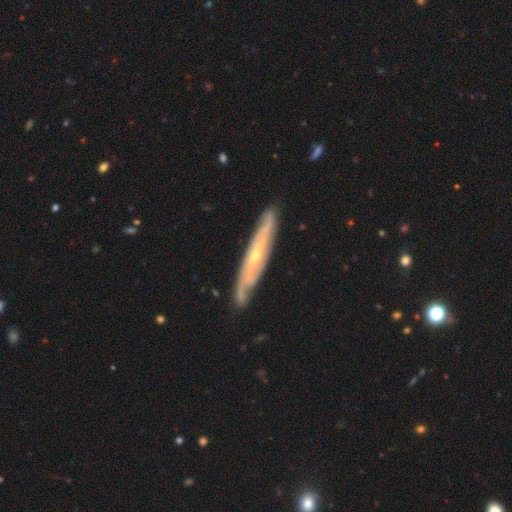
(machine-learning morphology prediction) Smooth or featured: featured or disk — 79% (smooth — 15%)
Edge-on disk: yes — 54% (no — 46%)
Merging: none — 79% (minor disturbance — 16%)